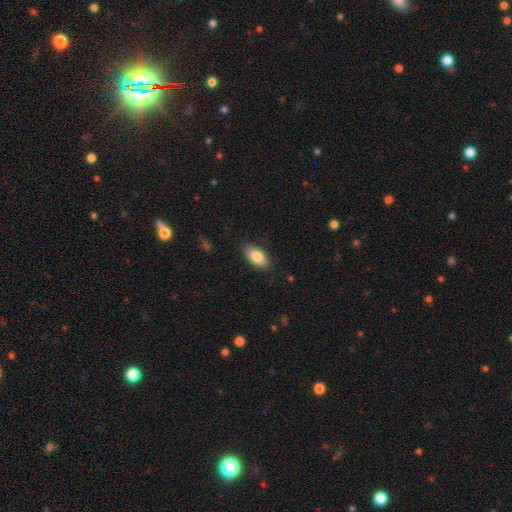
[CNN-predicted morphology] The model was most divided on "merging": none: 85%, minor disturbance: 12%, major disturbance: 2%, merger: 1%. More confident: how rounded — in between (93%); smooth or featured — smooth (84%).